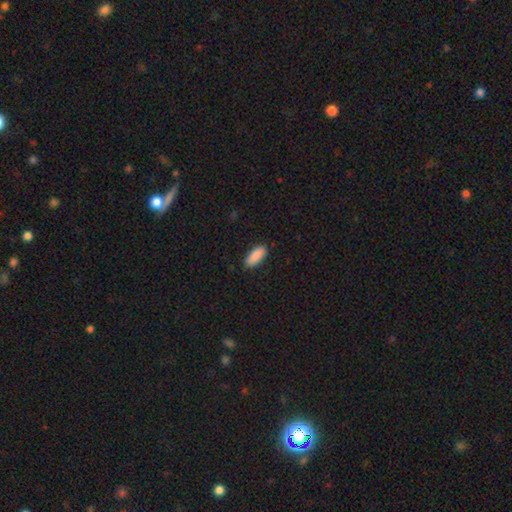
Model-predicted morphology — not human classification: Smooth or featured? smooth (90%)
How rounded? in between (83%)
Merging? none (89%)